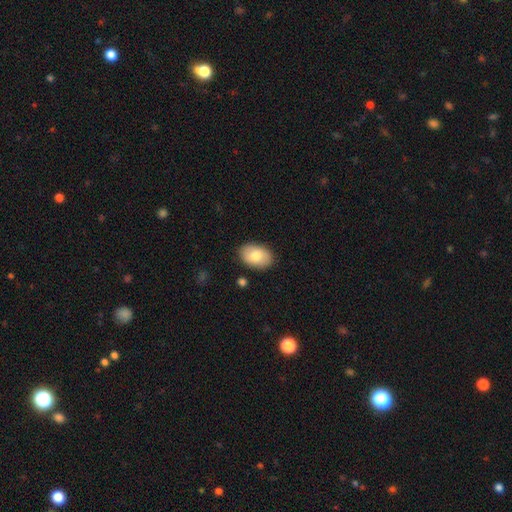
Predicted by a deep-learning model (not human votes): This is likely a smooth galaxy (78%). How rounded: clearly in between (89%). Merging: clearly none (86%).